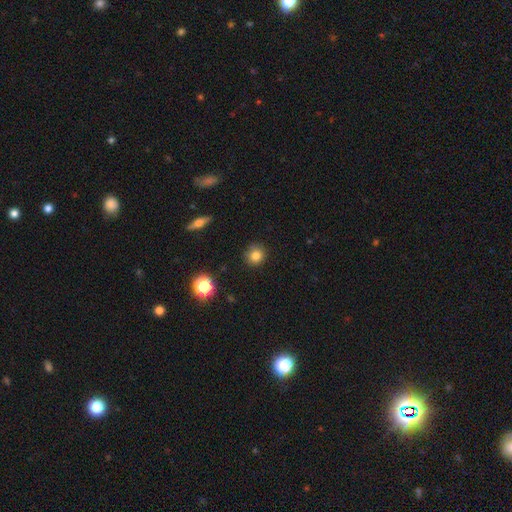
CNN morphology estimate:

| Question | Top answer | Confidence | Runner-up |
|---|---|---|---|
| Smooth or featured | smooth | 81% | star or artifact (13%) |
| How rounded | round | 87% | in between (12%) |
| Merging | none | 82% | minor disturbance (14%) |